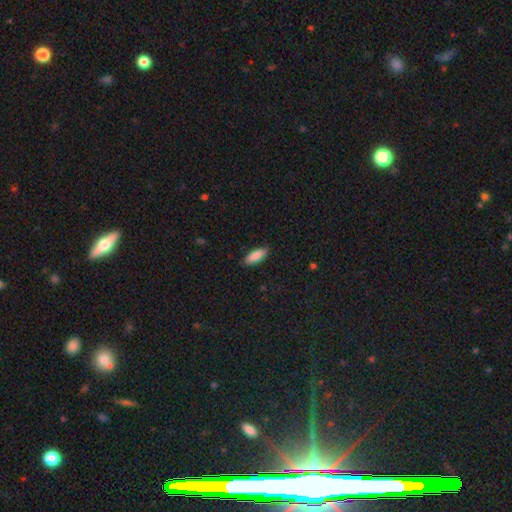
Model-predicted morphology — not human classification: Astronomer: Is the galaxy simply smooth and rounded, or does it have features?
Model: smooth — 88%.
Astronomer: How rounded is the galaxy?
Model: in between — 73%.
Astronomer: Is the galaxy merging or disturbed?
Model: none — 86%.